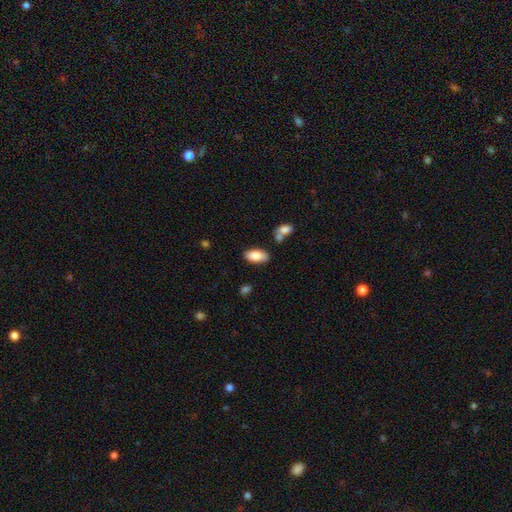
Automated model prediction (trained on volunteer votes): smooth_or_featured: smooth (p=0.86) [alt: featured or disk p=0.08]
how_rounded: in between (p=0.92) [alt: cigar-shaped p=0.06]
merging: none (p=0.78) [alt: minor disturbance p=0.12]